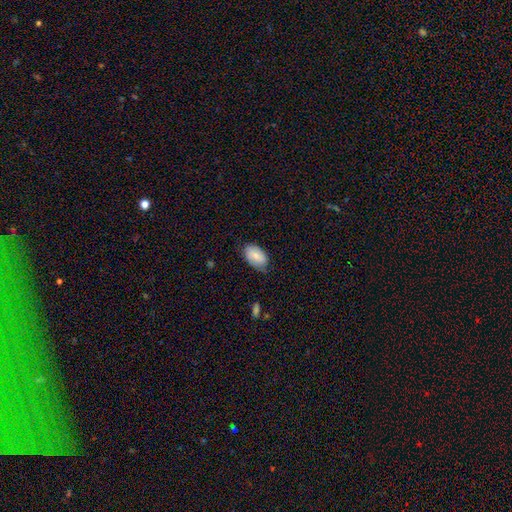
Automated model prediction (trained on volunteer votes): Morphology: type=smooth (74%); roundness=in between (91%); merging=none (69%).